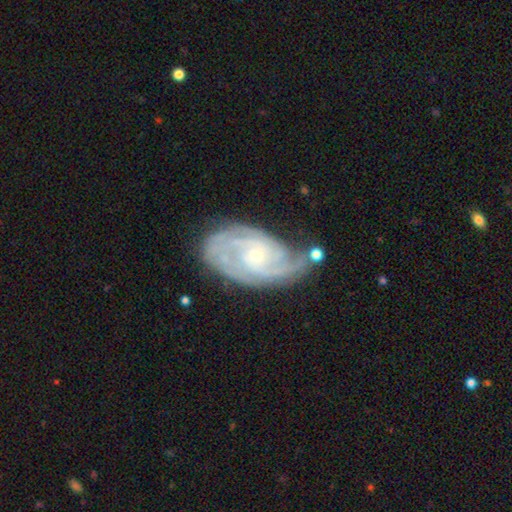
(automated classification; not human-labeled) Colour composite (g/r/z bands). It shows a featured or disk galaxy (89%) with no bar (70%), 3 (28%) tight (63%) spiral arms (97%) and a small central bulge (79%). Merging: none (62%).